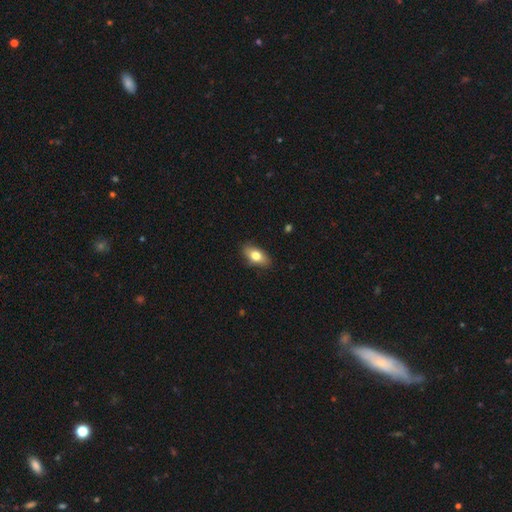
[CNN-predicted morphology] Overall: smooth (75%). How rounded: in between (86%). Merging: none (85%).